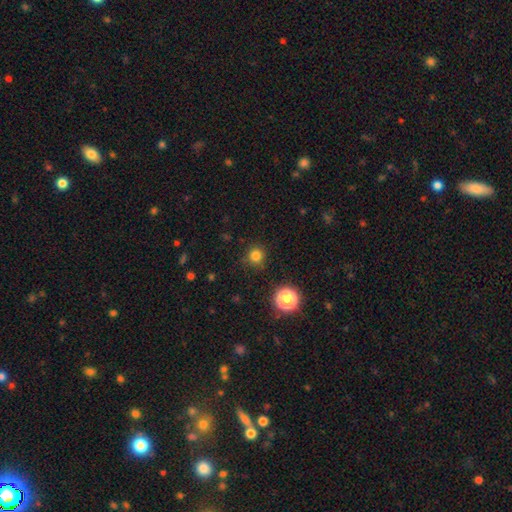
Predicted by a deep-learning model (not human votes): Smooth or featured? smooth (79%)
How rounded? round (93%)
Merging? none (88%)